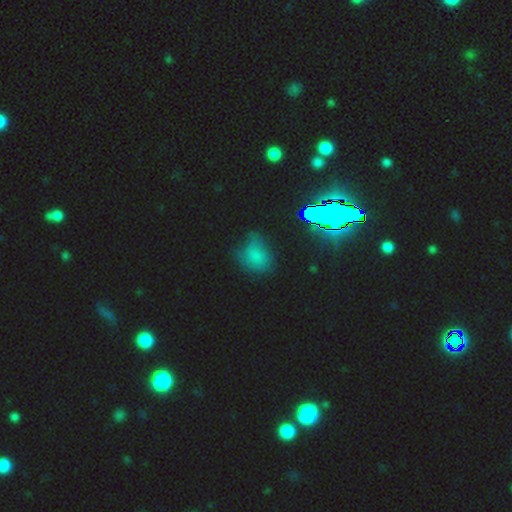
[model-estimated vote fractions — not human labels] Overall: smooth (52%; star or artifact 33%). How rounded: in between (49%; round 48%). Merging: none (57%; minor disturbance 26%).